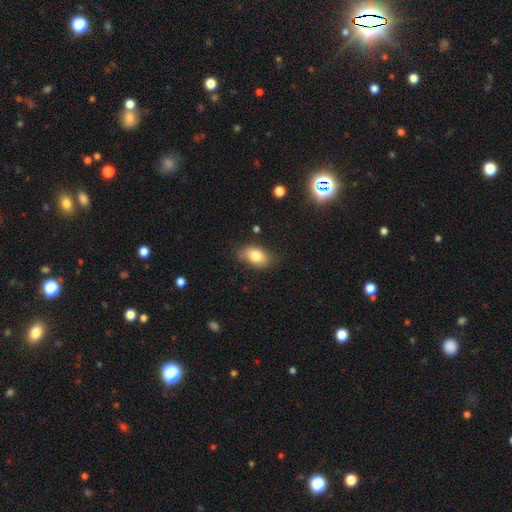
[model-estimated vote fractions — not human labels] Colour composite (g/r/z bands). It shows a smooth galaxy with no disk features (81%) that is in between round and cigar-shaped (89%). Merging: none (72%).